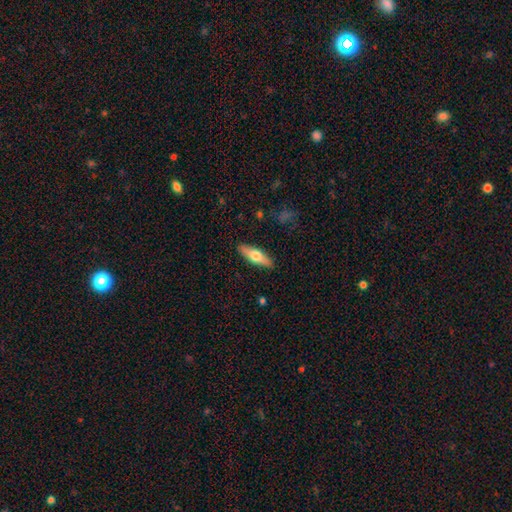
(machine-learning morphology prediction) Smooth or featured? Predicted: smooth (p=0.59). How rounded? Predicted: cigar-shaped (p=0.50). Merging? Predicted: none (p=0.89).